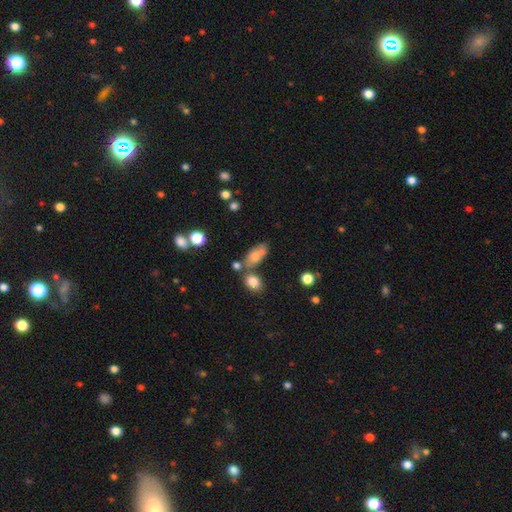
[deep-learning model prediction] A smooth galaxy with no disk features (71%) that is in between round and cigar-shaped (84%).

Vote fractions:
- Smooth or featured? smooth: 71% / featured or disk: 19% / star or artifact: 10%
- How rounded? in between: 84% / cigar-shaped: 9% / round: 7%
- Merging? none: 49% / merger: 27% / minor disturbance: 17% / major disturbance: 7%